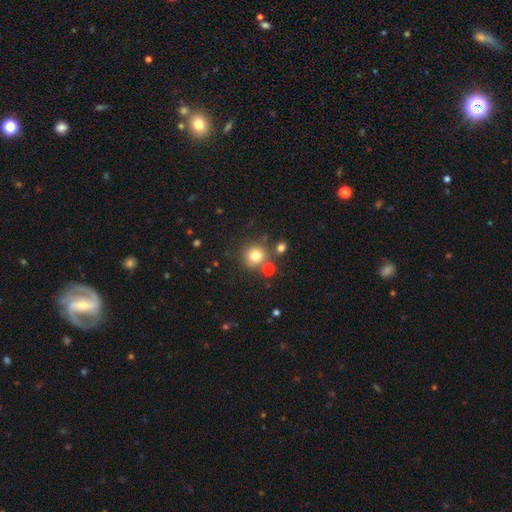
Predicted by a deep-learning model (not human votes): A smooth galaxy with no disk features (78%) that is round (91%).

Vote fractions:
- Smooth or featured? smooth: 78% / star or artifact: 13% / featured or disk: 9%
- How rounded? round: 91% / in between: 8% / cigar-shaped: 1%
- Merging? none: 72% / merger: 15% / minor disturbance: 10% / major disturbance: 4%